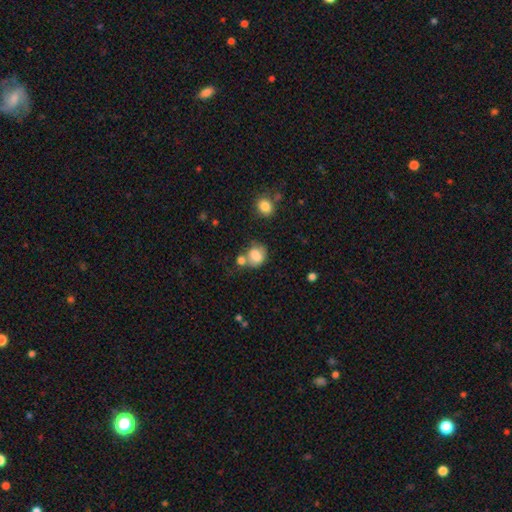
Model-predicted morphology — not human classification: Q: Smooth or featured?
A: smooth (76%); runner-up: featured or disk (14%)
Q: How rounded?
A: round (52%); runner-up: in between (47%)
Q: Merging?
A: none (43%); runner-up: merger (28%)